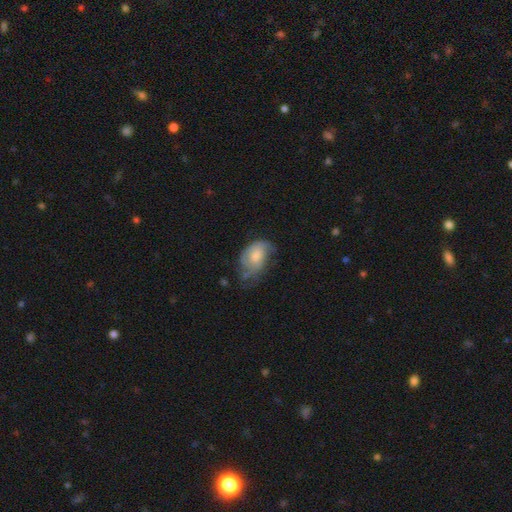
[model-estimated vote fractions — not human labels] smooth 49%, featured or disk 44%, star or artifact 7%. Down the decision tree: merging — minor disturbance (37%).